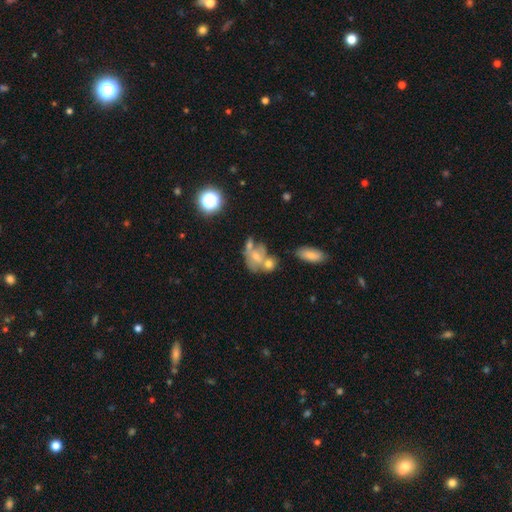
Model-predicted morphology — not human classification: Smooth or featured?
  - smooth: 45% *
  - featured or disk: 42%
  - star or artifact: 13%
Merging?
  - merger: 48% *
  - none: 26%
  - minor disturbance: 14%
  - major disturbance: 12%